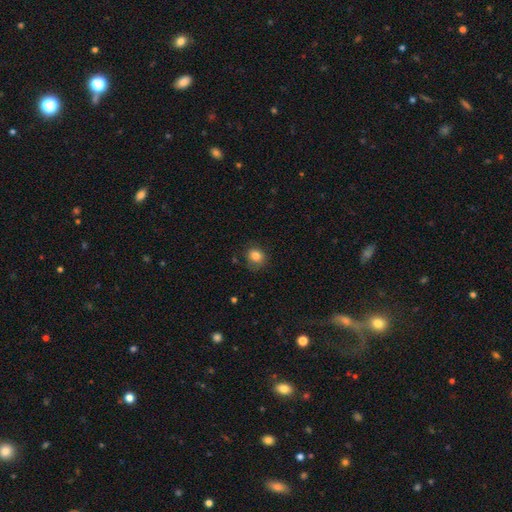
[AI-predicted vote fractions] Morphology: type=smooth (83%); roundness=round (76%); merging=none (77%).